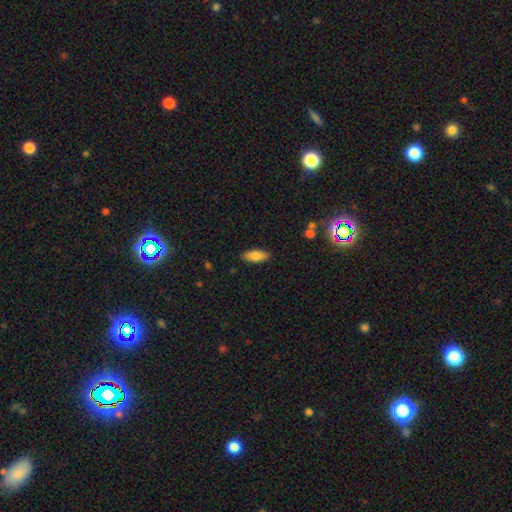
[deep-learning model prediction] The model was most divided on "how rounded": in between: 75%, cigar-shaped: 22%, round: 2%. More confident: merging — none (88%); smooth or featured — smooth (81%).